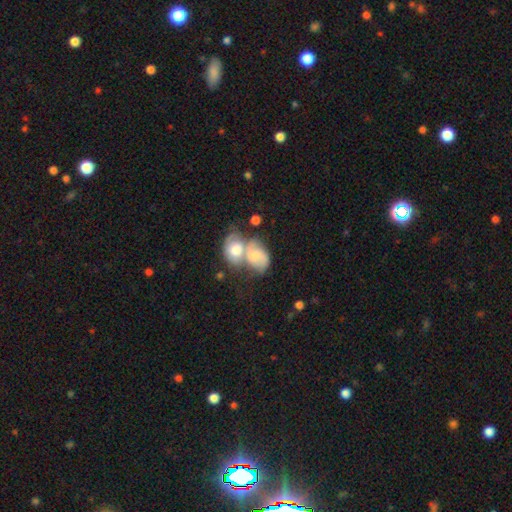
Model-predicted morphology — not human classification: The model was most divided on "smooth or featured": smooth: 53%, featured or disk: 40%, star or artifact: 8%. More confident: how rounded — in between (69%); merging — merger (69%).